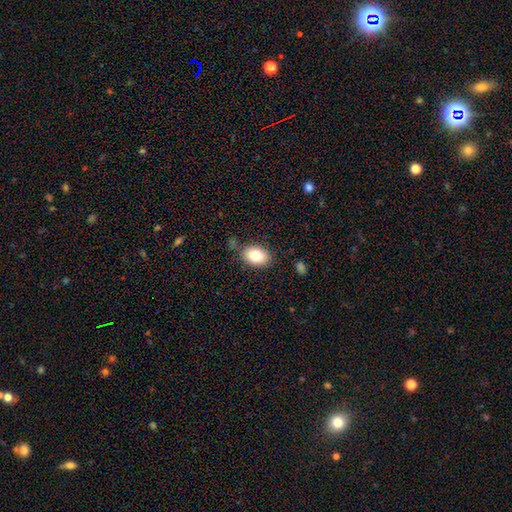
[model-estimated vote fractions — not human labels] This is clearly a smooth galaxy (82%). How rounded: clearly in between (84%). Merging: clearly none (80%).